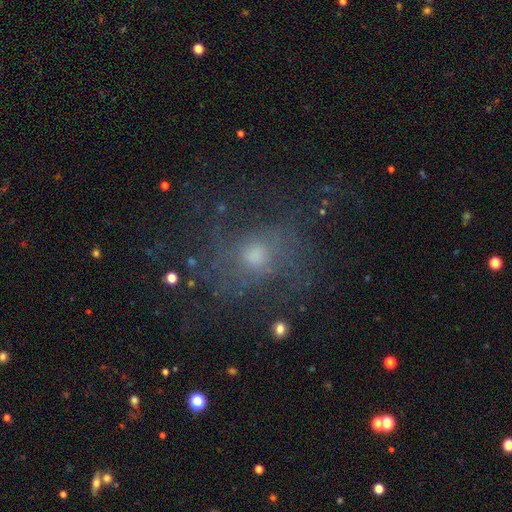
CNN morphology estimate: This is possibly a featured or disk galaxy (48%). Merging: likely none (63%).